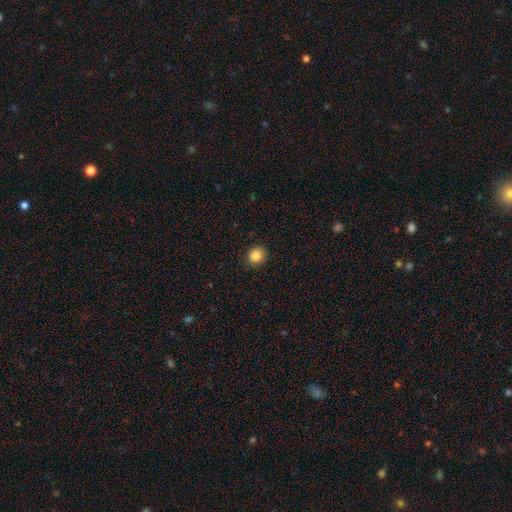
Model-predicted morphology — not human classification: Smooth or featured?
  - smooth: 84% *
  - star or artifact: 10%
  - featured or disk: 6%
How rounded?
  - round: 79% *
  - in between: 20%
  - cigar-shaped: 1%
Merging?
  - none: 89% *
  - minor disturbance: 8%
  - major disturbance: 2%
  - merger: 1%